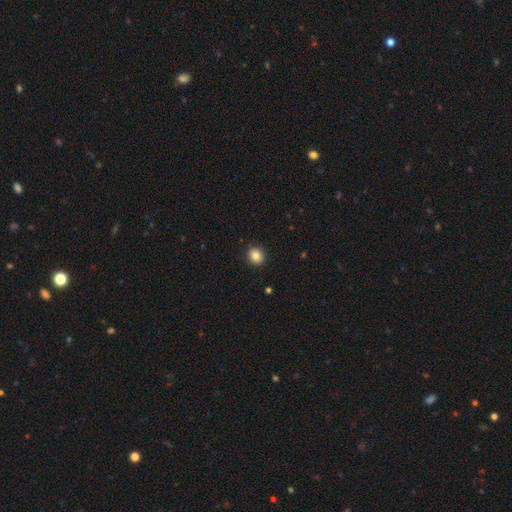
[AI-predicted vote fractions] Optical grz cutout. It shows a smooth galaxy with no disk features (84%) that is round (83%). Merging: none (92%).